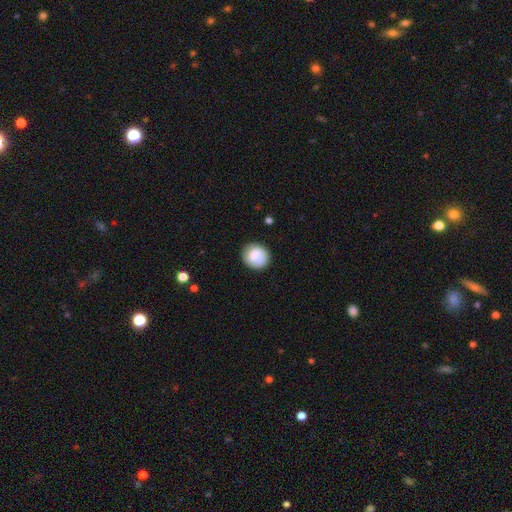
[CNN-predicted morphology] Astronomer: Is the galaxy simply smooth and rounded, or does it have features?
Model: smooth — 84%.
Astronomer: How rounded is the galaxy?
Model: round — 85%.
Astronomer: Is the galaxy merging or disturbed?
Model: none — 84%.